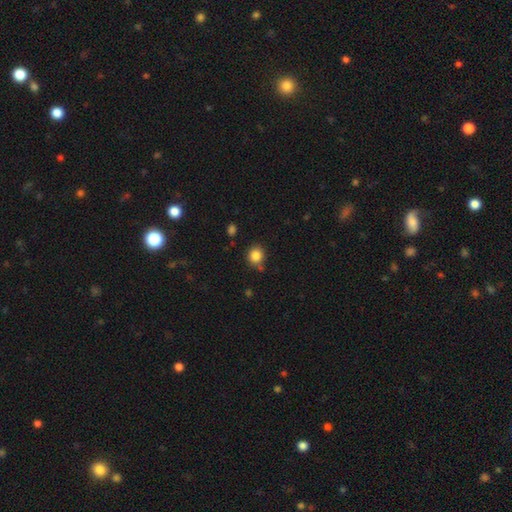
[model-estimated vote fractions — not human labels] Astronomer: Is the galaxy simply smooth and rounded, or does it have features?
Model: smooth — 85%.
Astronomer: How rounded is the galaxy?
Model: round — 85%.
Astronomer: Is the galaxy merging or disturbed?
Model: none — 78%.